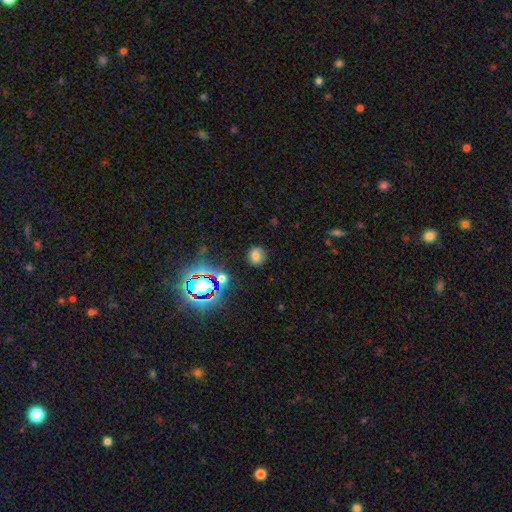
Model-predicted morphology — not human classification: A smooth galaxy with no disk features (68%) that is round (74%). Merging: none (81%).